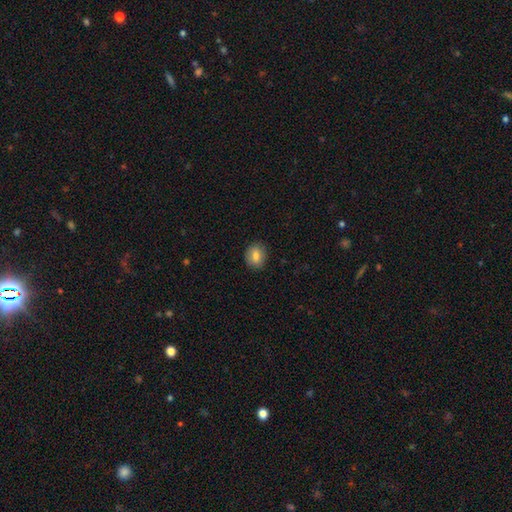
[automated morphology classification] Overall: smooth (80%). How rounded: round (62%; in between 36%). Merging: none (88%).